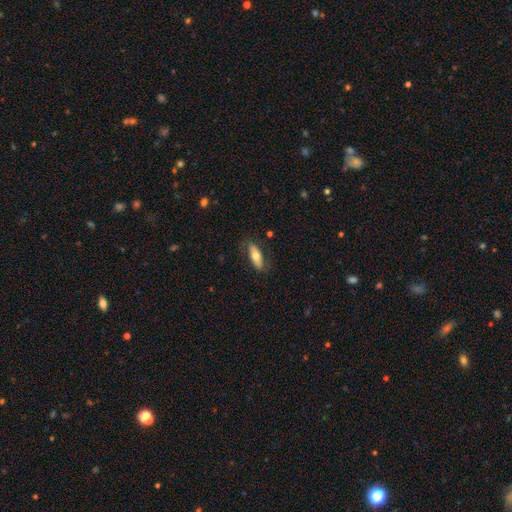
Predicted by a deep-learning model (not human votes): A smooth galaxy with no disk features (66%) that is in between round and cigar-shaped (68%).

Vote fractions:
- Smooth or featured? smooth: 66% / featured or disk: 28% / star or artifact: 6%
- How rounded? in between: 68% / cigar-shaped: 30% / round: 3%
- Merging? none: 79% / minor disturbance: 16% / major disturbance: 4% / merger: 1%